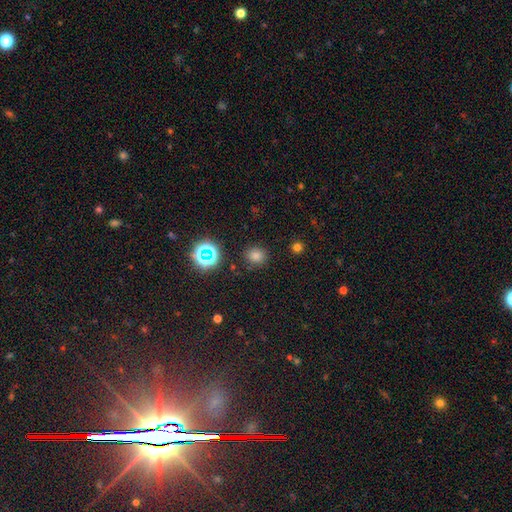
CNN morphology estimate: Smooth or featured? Predicted: smooth (p=0.71). How rounded? Predicted: round (p=0.85). Merging? Predicted: none (p=0.89).